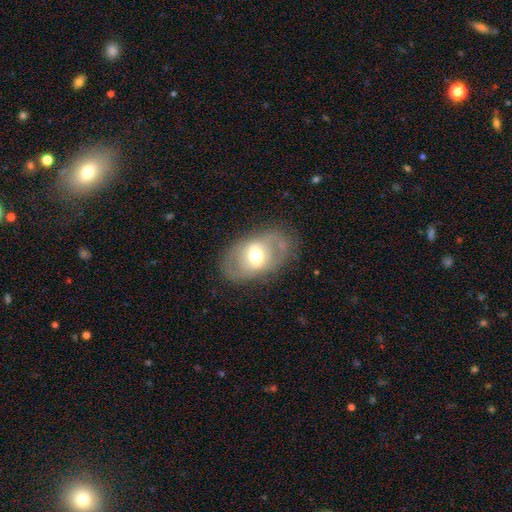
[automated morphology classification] Smooth or featured: featured or disk — 56% (smooth — 37%)
Edge-on disk: no — 90% (yes — 10%)
Bar: weak — 39% (no — 34%)
Spiral arms: no — 69% (yes — 31%)
Bulge size: moderate — 67% (large — 19%)
Merging: none — 73% (minor disturbance — 16%)